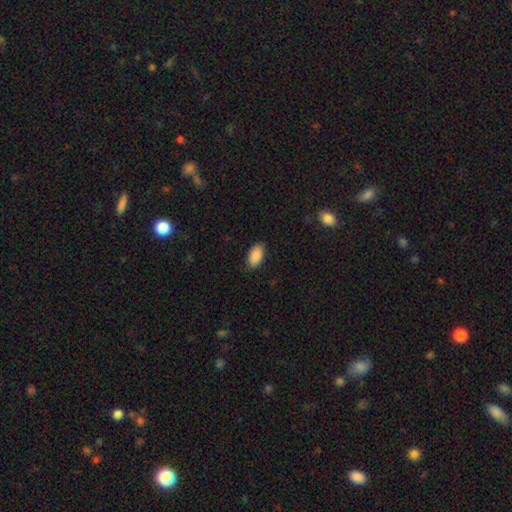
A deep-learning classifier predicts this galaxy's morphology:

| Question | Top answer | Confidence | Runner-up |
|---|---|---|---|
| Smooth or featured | smooth | 90% | star or artifact (7%) |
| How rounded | in between | 94% | round (5%) |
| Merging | none | 86% | minor disturbance (10%) |